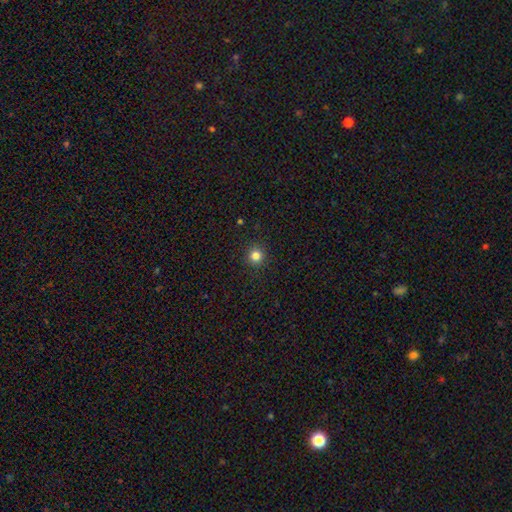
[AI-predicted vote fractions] Overall: smooth (82%). How rounded: round (95%). Merging: none (93%).